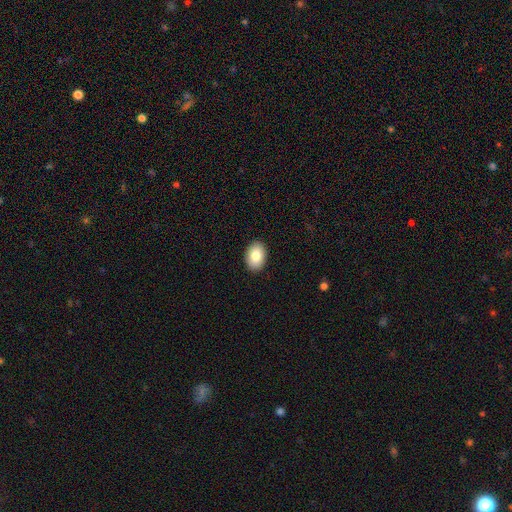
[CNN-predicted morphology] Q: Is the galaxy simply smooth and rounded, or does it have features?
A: smooth — 85%.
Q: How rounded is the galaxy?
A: in between — 83%.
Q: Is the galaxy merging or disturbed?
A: none — 91%.